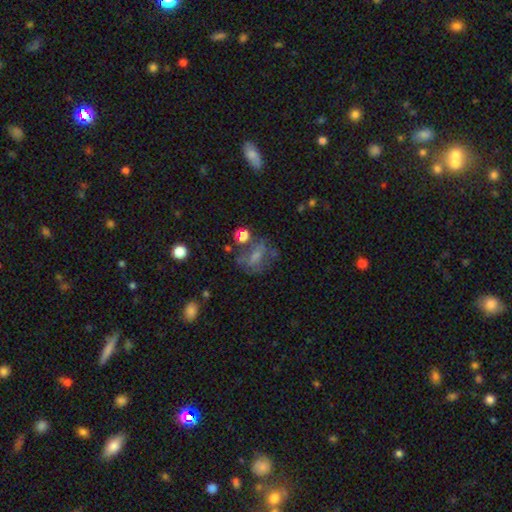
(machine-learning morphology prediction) type=smooth (45%); merging=none (44%).